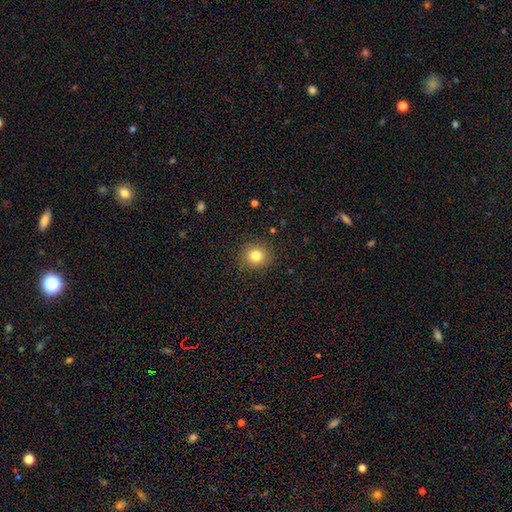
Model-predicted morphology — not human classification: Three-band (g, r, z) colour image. It shows a smooth galaxy with no disk features (82%) that is round (89%). Merging: none (89%).